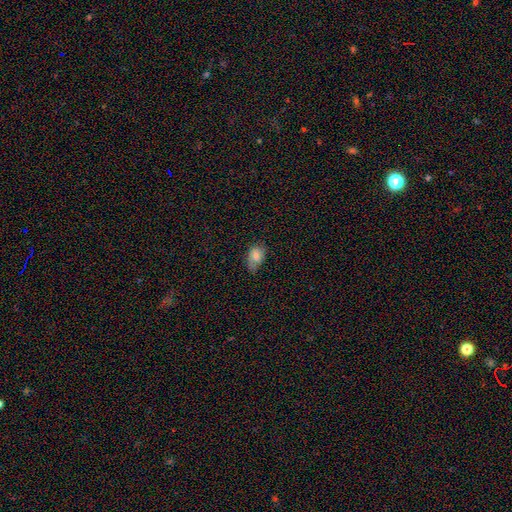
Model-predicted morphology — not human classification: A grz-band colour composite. It shows a smooth galaxy with no disk features (78%) that is in between round and cigar-shaped (83%). Merging: none (52%).